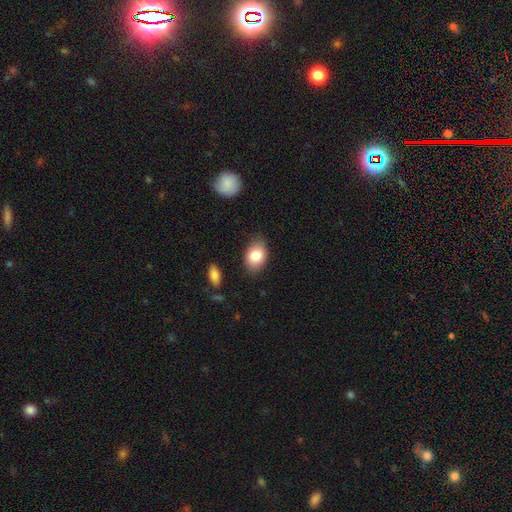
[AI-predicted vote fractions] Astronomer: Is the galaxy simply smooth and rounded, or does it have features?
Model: smooth — 83%.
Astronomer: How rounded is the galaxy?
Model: in between — 84%.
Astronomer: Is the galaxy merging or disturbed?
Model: none — 80%.